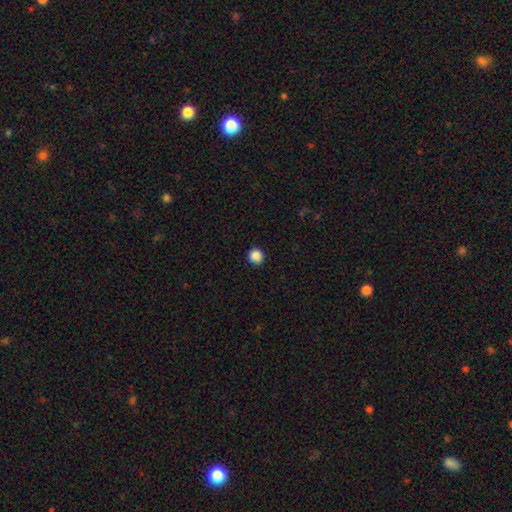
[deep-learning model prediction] Smooth or featured? smooth (88%)
How rounded? round (92%)
Merging? none (92%)